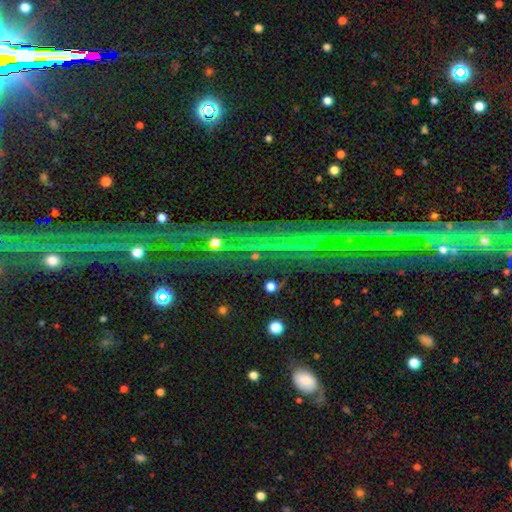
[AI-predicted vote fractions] This is likely a star or artifact rather than a galaxy (74%).